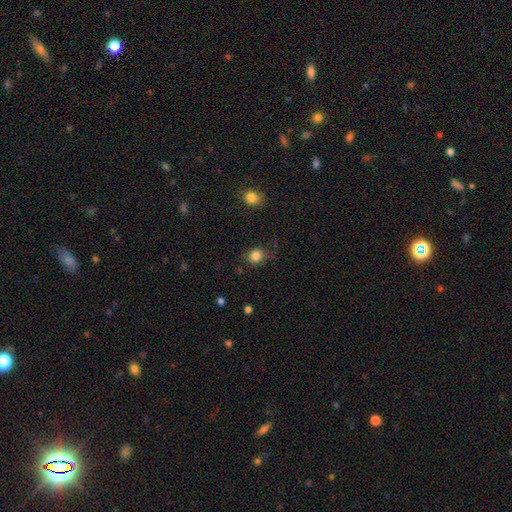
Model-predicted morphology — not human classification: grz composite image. It shows a smooth galaxy with no disk features (84%) that is round (77%). Merging: none (72%).